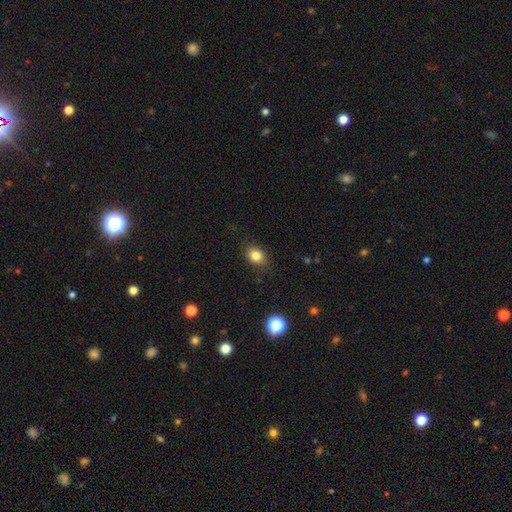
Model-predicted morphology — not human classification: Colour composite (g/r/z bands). It shows a smooth galaxy with no disk features (82%) that is in between round and cigar-shaped (55%). Merging: none (84%).